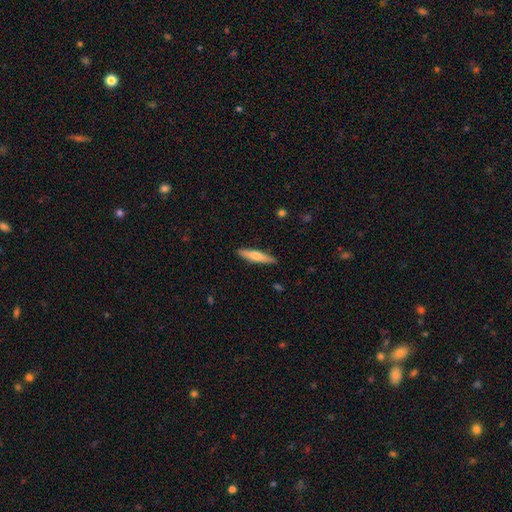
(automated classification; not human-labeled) This appears to be a smooth galaxy with no disk features (58%) that is cigar-shaped (85%). Merging: none (90%).